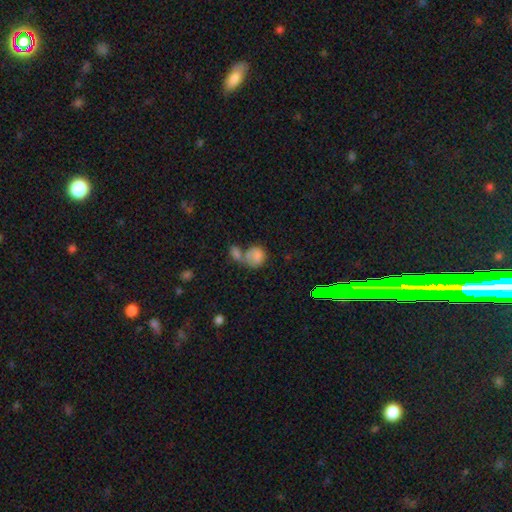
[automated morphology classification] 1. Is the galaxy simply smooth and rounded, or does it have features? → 75% smooth, 14% featured or disk, 10% star or artifact.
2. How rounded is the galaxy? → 60% round, 39% in between, 1% cigar-shaped.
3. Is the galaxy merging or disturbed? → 54% merger, 26% none, 11% minor disturbance, 8% major disturbance.